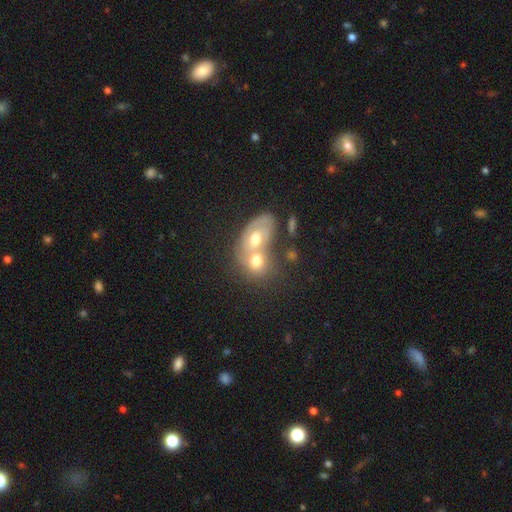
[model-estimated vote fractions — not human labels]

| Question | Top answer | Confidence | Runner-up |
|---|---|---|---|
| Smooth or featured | smooth | 49% | featured or disk (40%) |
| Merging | merger | 69% | none (19%) |